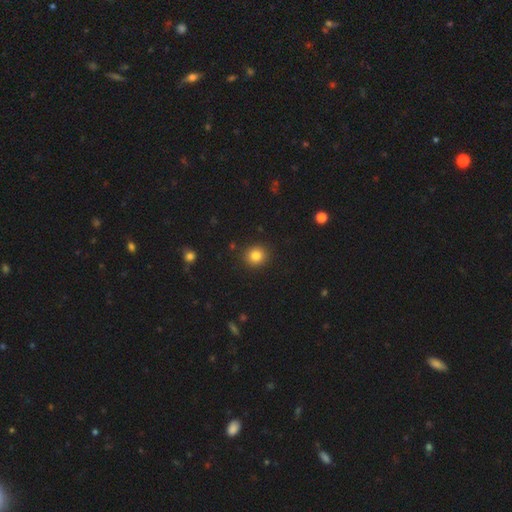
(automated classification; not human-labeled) The model was most divided on "smooth or featured": smooth: 84%, star or artifact: 11%, featured or disk: 6%. More confident: merging — none (91%); how rounded — round (87%).